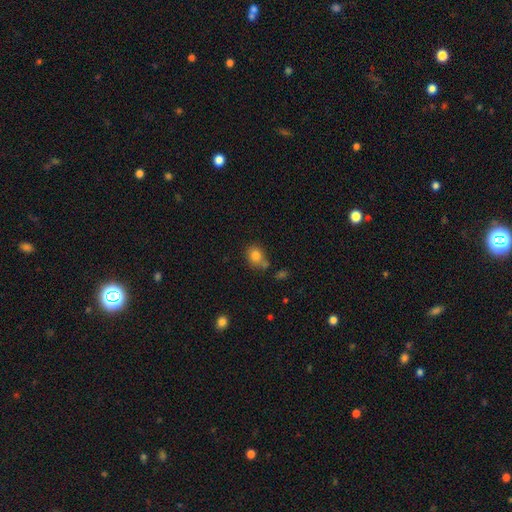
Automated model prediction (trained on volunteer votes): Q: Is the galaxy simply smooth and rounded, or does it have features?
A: smooth — 81%.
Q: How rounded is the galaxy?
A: round — 53%.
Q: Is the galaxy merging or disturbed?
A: none — 64%.